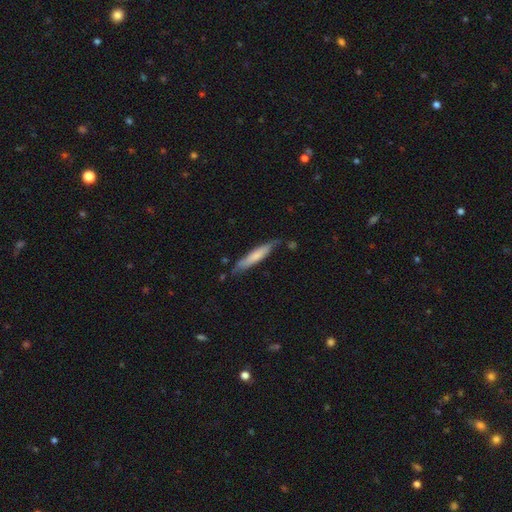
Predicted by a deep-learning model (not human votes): Smooth or featured? smooth (65%)
How rounded? cigar-shaped (87%)
Merging? none (67%)